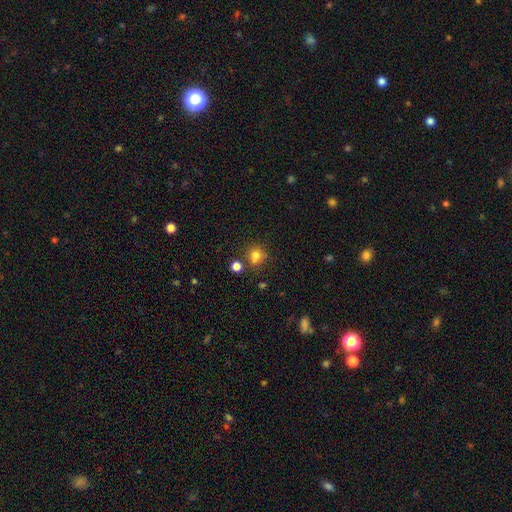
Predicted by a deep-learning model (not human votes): Smooth or featured: smooth — 77% (star or artifact — 15%)
How rounded: round — 75% (in between — 24%)
Merging: none — 63% (minor disturbance — 17%)